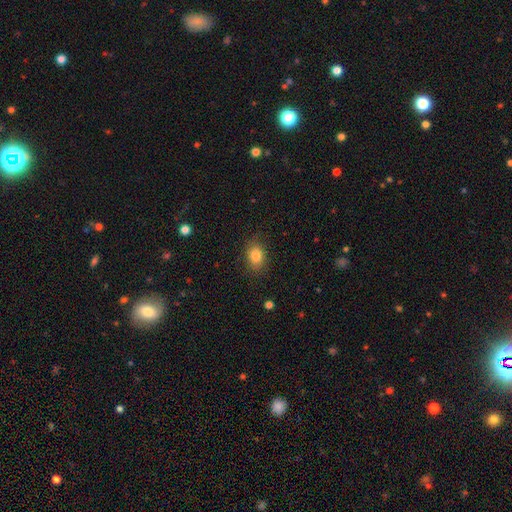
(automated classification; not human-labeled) Smooth or featured? Predicted: smooth (p=0.82). How rounded? Predicted: in between (p=0.71). Merging? Predicted: none (p=0.85).